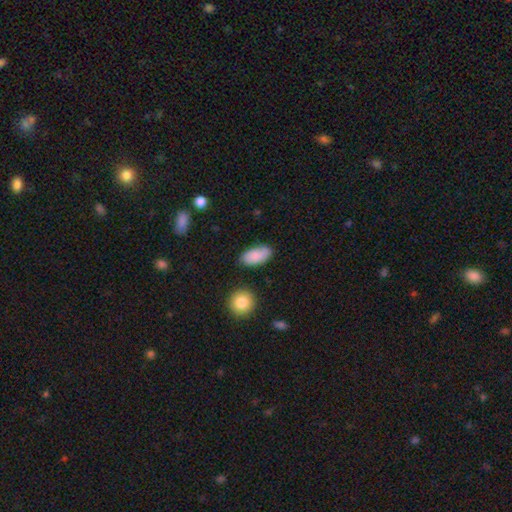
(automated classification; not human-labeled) Smooth or featured? Predicted: smooth (p=0.85). How rounded? Predicted: in between (p=0.91). Merging? Predicted: none (p=0.77).